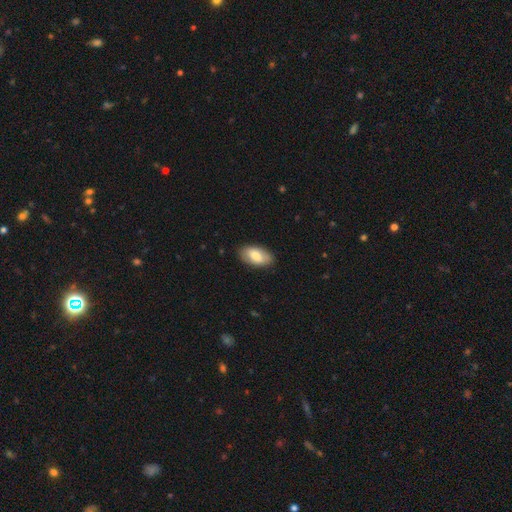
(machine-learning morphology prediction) Smooth or featured? Predicted: smooth (p=0.75). How rounded? Predicted: in between (p=0.94). Merging? Predicted: none (p=0.85).